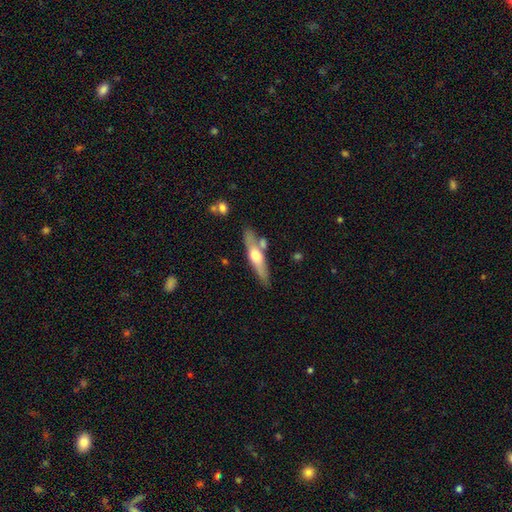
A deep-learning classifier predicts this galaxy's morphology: smooth-or-featured: featured or disk: 55% | smooth: 40% | star or artifact: 5%
  disk-edge-on: yes: 89% | no: 11%
  merging: none: 73% | minor disturbance: 13% | merger: 11% | major disturbance: 3%